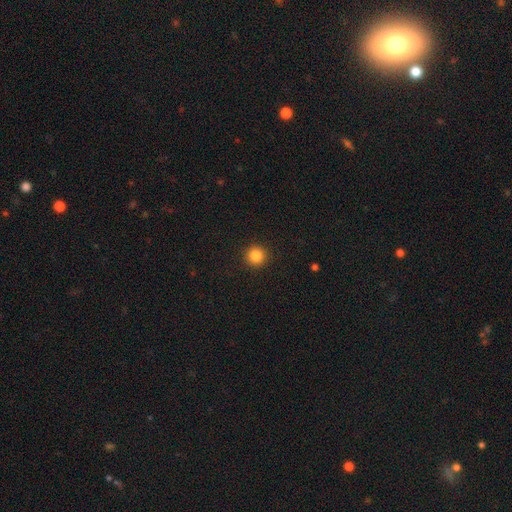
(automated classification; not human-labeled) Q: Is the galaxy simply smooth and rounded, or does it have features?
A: smooth — 85%.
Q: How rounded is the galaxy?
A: round — 95%.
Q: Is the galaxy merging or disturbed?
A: none — 93%.